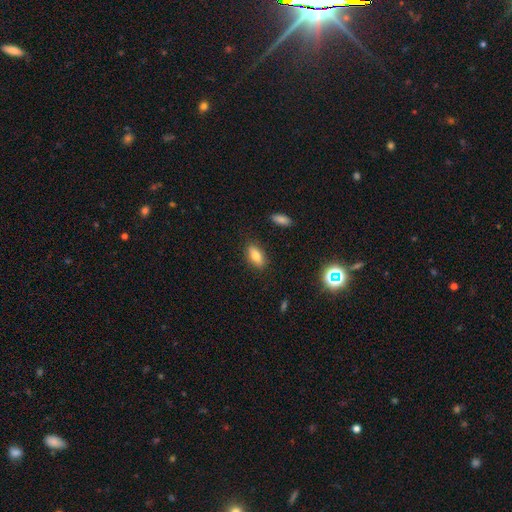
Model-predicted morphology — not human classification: The model was most divided on "smooth or featured": smooth: 78%, featured or disk: 13%, star or artifact: 9%. More confident: merging — none (85%); how rounded — in between (82%).